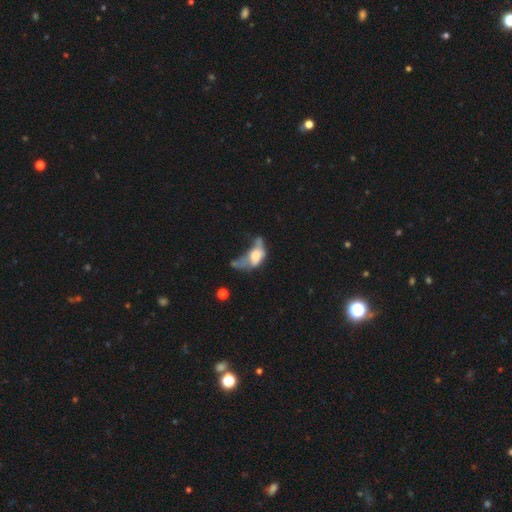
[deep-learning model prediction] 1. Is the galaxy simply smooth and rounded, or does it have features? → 49% smooth, 40% featured or disk, 12% star or artifact.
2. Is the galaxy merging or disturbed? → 46% major disturbance, 28% merger, 14% minor disturbance, 13% none.